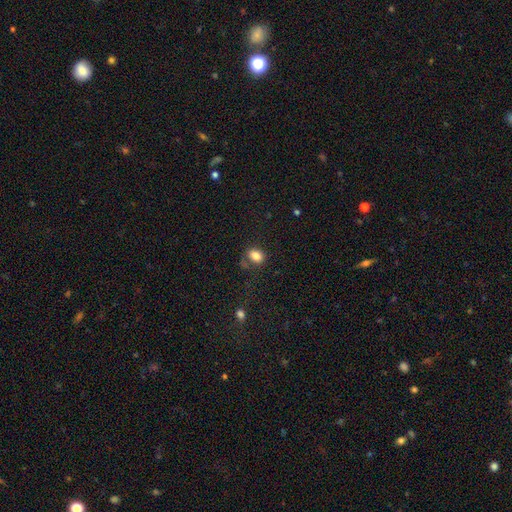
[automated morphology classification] Q: Smooth or featured?
A: smooth (83%); runner-up: star or artifact (10%)
Q: How rounded?
A: in between (69%); runner-up: round (30%)
Q: Merging?
A: none (69%); runner-up: minor disturbance (17%)